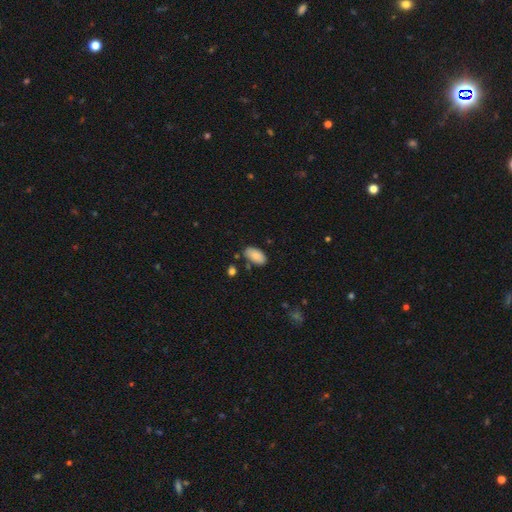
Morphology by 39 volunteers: Smooth or featured? smooth (85%)
How rounded? in between (100%)
Merging? none (84%)